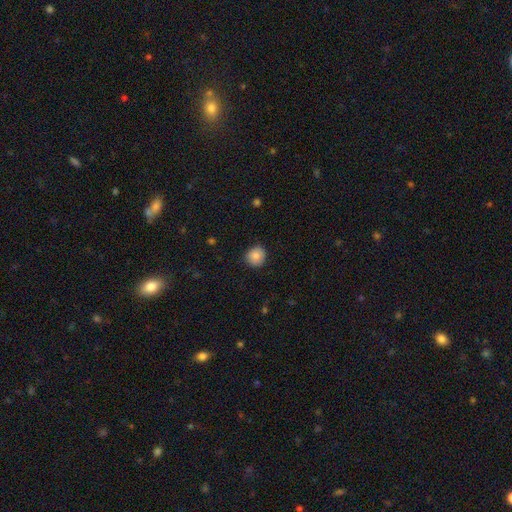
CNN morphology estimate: This is clearly a smooth galaxy (84%). How rounded: clearly round (90%). Merging: clearly none (86%).